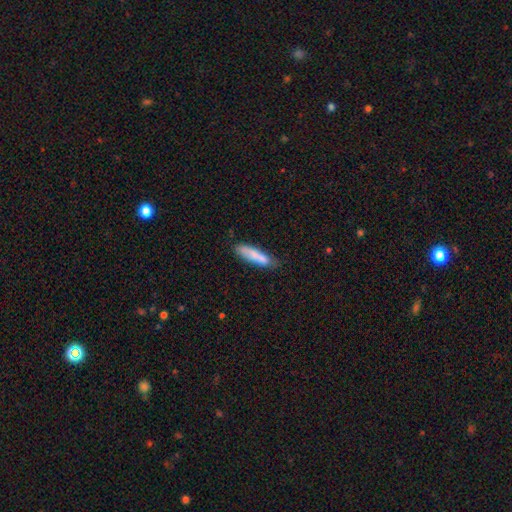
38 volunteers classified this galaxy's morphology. smooth_or_featured: smooth (p=0.76) [alt: featured or disk p=0.16]
how_rounded: cigar-shaped (p=0.79) [alt: in between p=0.21]
merging: none (p=0.63) [alt: minor disturbance p=0.17]